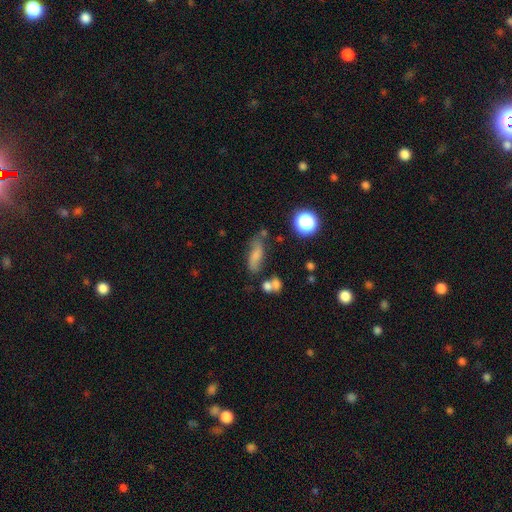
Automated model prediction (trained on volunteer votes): smooth 61%, featured or disk 26%, star or artifact 13%. Down the decision tree: how rounded — in between (59%); merging — none (57%).